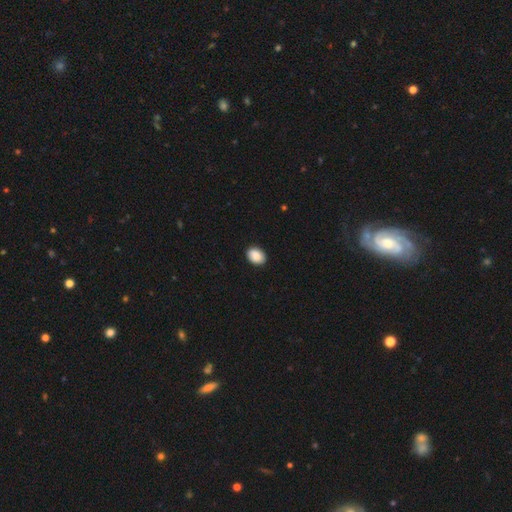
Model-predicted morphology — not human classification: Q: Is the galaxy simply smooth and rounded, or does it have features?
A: smooth — 89%.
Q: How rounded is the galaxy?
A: in between — 70%.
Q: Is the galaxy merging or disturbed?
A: none — 89%.